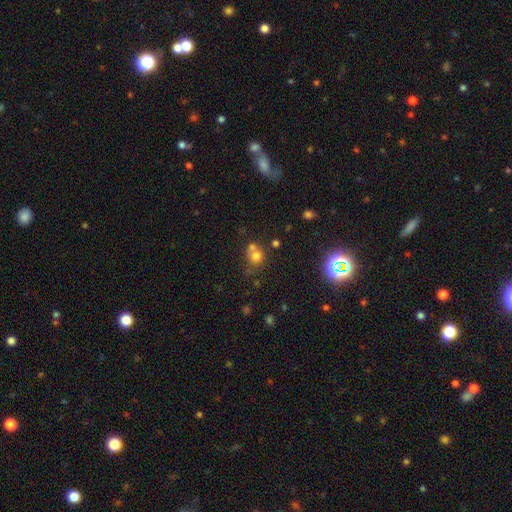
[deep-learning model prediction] smooth 69%, star or artifact 16%, featured or disk 15%. Down the decision tree: how rounded — round (79%); merging — merger (45%).